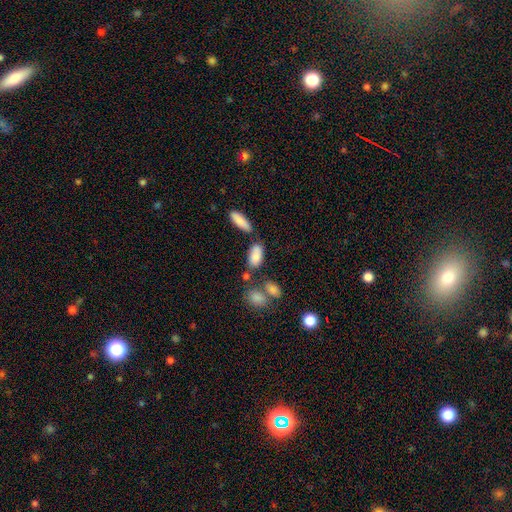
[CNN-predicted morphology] A smooth galaxy with no disk features (82%) that is in between round and cigar-shaped (89%).

Vote fractions:
- Smooth or featured? smooth: 82% / featured or disk: 10% / star or artifact: 8%
- How rounded? in between: 89% / cigar-shaped: 7% / round: 4%
- Merging? none: 61% / minor disturbance: 17% / merger: 16% / major disturbance: 6%